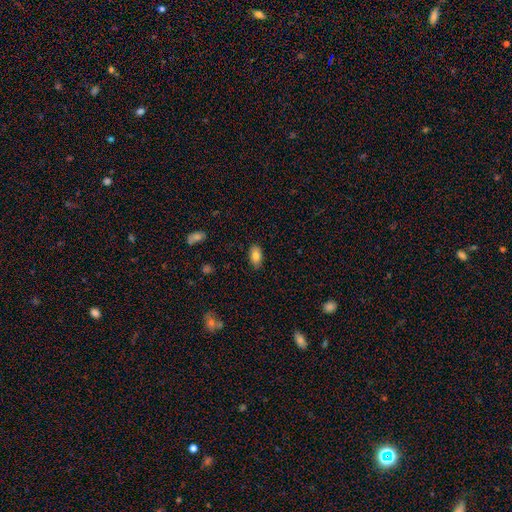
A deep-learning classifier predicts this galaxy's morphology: Smooth or featured?
  - smooth: 82% *
  - featured or disk: 10%
  - star or artifact: 8%
How rounded?
  - in between: 92% *
  - round: 5%
  - cigar-shaped: 3%
Merging?
  - none: 86% *
  - minor disturbance: 11%
  - major disturbance: 2%
  - merger: 1%